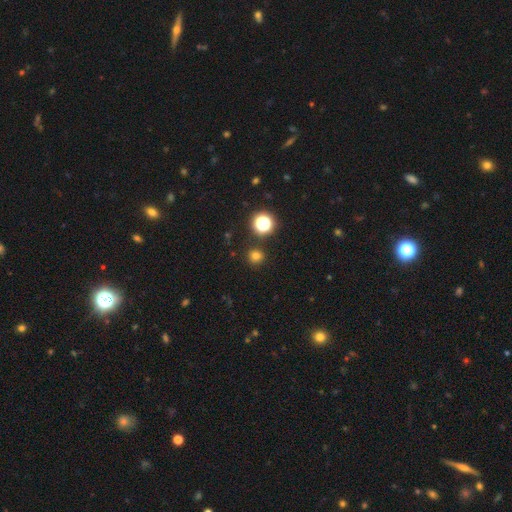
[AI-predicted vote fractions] The model was most divided on "smooth or featured": smooth: 75%, star or artifact: 20%, featured or disk: 5%. More confident: how rounded — round (92%); merging — none (89%).